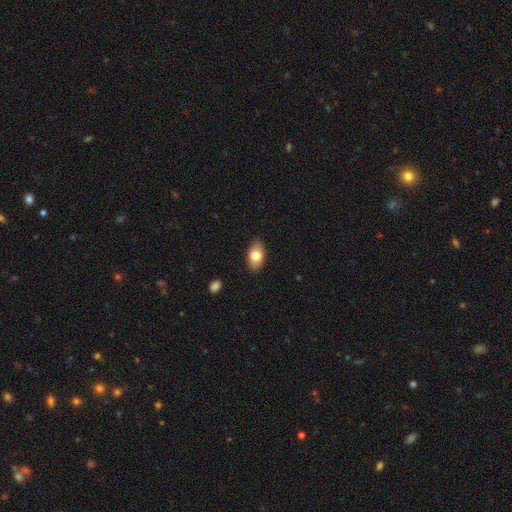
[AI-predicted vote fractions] Smooth or featured? Predicted: smooth (p=0.79). How rounded? Predicted: in between (p=0.90). Merging? Predicted: none (p=0.86).